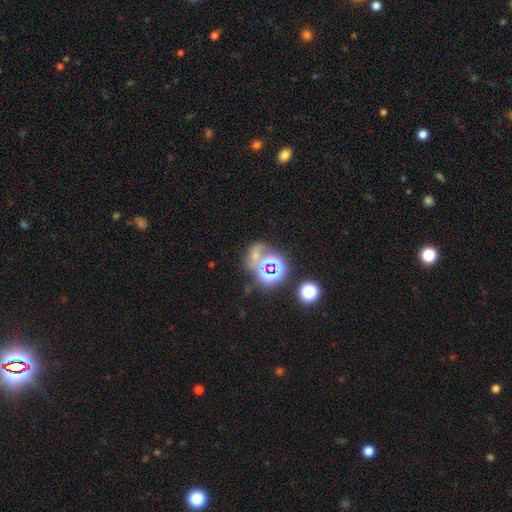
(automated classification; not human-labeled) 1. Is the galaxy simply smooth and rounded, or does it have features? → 48% star or artifact, 33% smooth, 19% featured or disk.